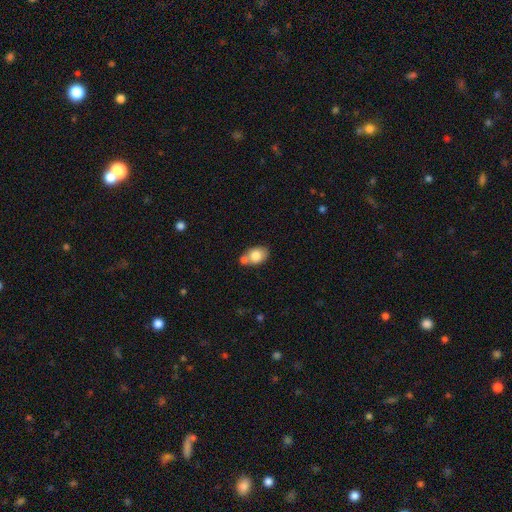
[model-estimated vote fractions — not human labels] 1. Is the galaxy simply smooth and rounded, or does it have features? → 78% smooth, 14% featured or disk, 7% star or artifact.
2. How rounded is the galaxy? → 74% in between, 25% round, 1% cigar-shaped.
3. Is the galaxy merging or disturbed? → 46% none, 34% merger, 15% minor disturbance, 4% major disturbance.